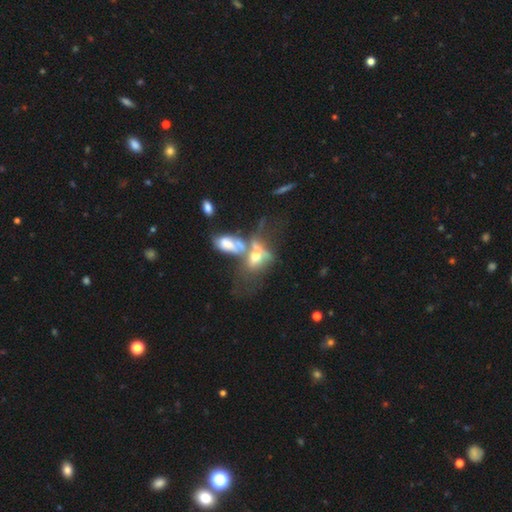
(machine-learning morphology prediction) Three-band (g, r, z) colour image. It shows a featured or disk galaxy (50%). Merging: merger (64%).